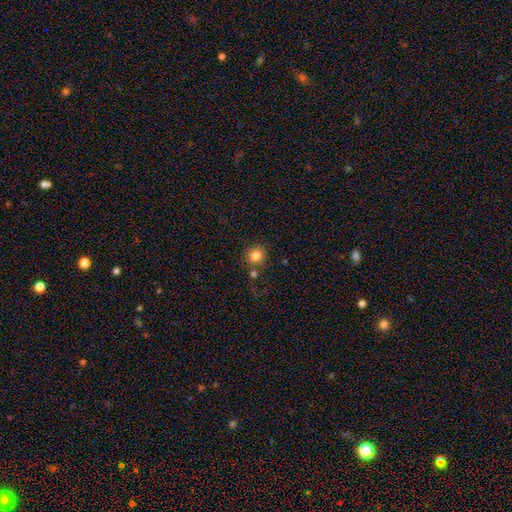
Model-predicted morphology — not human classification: smooth_or_featured: smooth (p=0.82) [alt: star or artifact p=0.11]
how_rounded: round (p=0.89) [alt: in between p=0.10]
merging: none (p=0.77) [alt: merger p=0.11]